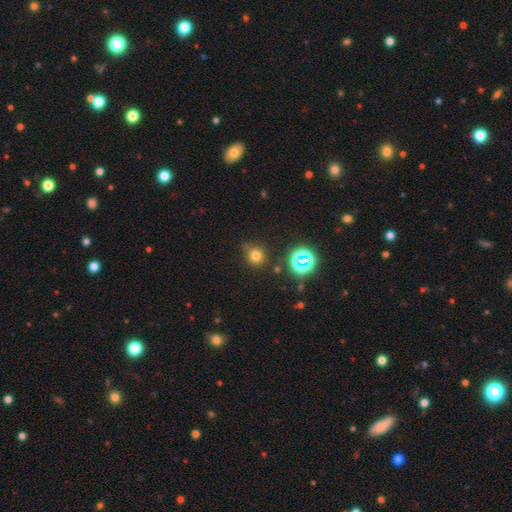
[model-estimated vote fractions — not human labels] Smooth or featured?
  - smooth: 71% *
  - star or artifact: 22%
  - featured or disk: 7%
How rounded?
  - round: 82% *
  - in between: 17%
  - cigar-shaped: 1%
Merging?
  - none: 73% *
  - minor disturbance: 17%
  - major disturbance: 5%
  - merger: 4%